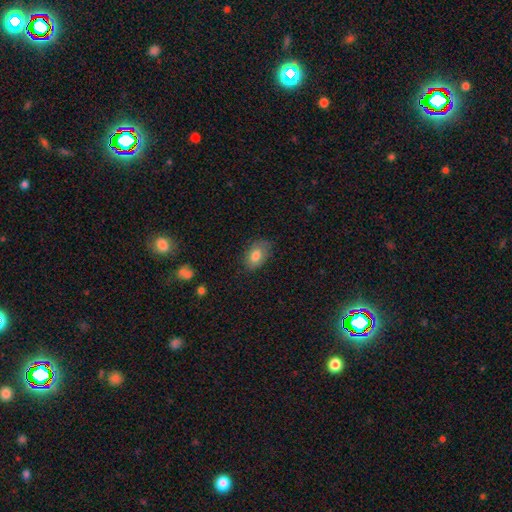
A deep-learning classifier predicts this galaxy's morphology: A smooth galaxy with no disk features (77%) that is in between round and cigar-shaped (88%).

Vote fractions:
- Smooth or featured? smooth: 77% / featured or disk: 15% / star or artifact: 8%
- How rounded? in between: 88% / round: 11% / cigar-shaped: 1%
- Merging? none: 71% / minor disturbance: 22% / major disturbance: 5% / merger: 1%